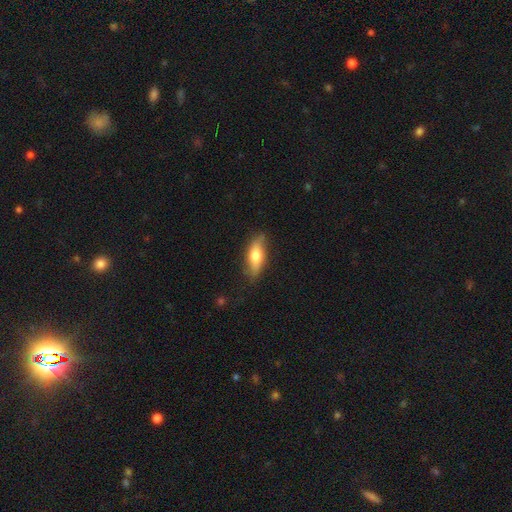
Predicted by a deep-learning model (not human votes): Smooth or featured? smooth (59%)
How rounded? in between (63%)
Merging? none (78%)